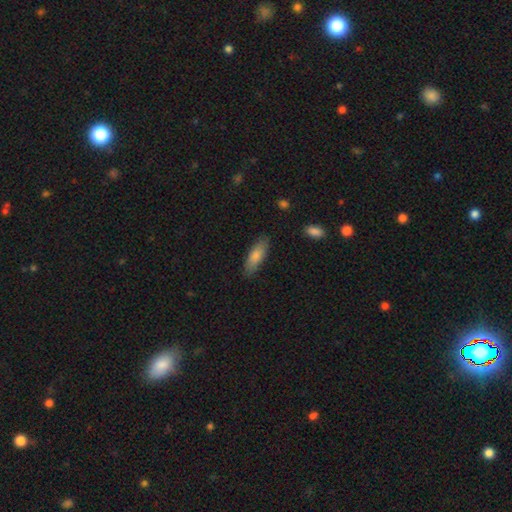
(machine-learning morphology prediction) Smooth or featured?
  - smooth: 77% *
  - featured or disk: 17%
  - star or artifact: 6%
How rounded?
  - in between: 54% *
  - cigar-shaped: 44%
  - round: 2%
Merging?
  - none: 85% *
  - minor disturbance: 12%
  - major disturbance: 2%
  - merger: 1%